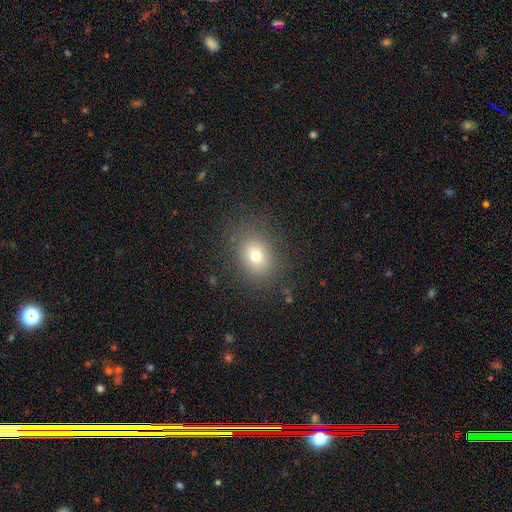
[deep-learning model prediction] Smooth or featured? smooth (75%)
How rounded? round (50%)
Merging? none (85%)